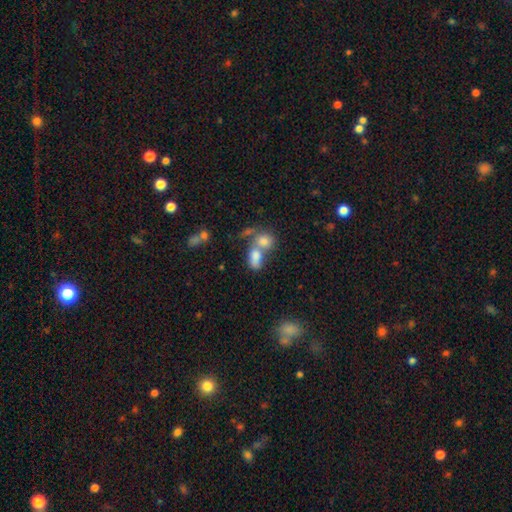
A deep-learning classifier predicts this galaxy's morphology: Smooth or featured: smooth — 78% (featured or disk — 12%)
How rounded: in between — 81% (round — 16%)
Merging: merger — 61% (none — 24%)